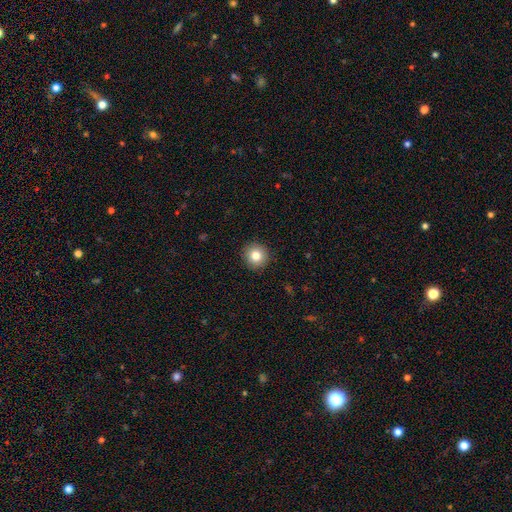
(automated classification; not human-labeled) The model was most divided on "smooth or featured": smooth: 82%, star or artifact: 10%, featured or disk: 8%. More confident: how rounded — round (93%); merging — none (92%).